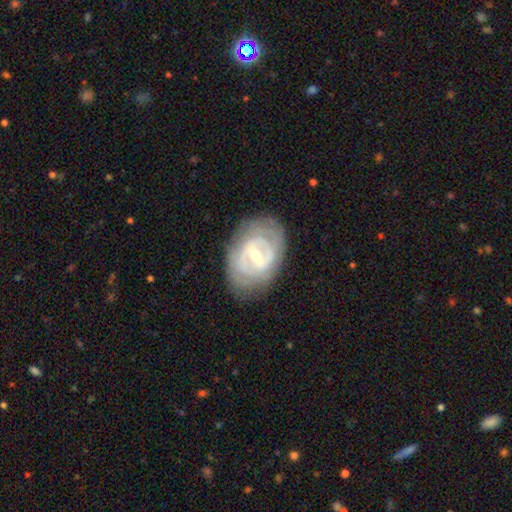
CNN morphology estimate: Overall: featured or disk (81%). Edge-on disk: no (95%). Bar: weak (44%; strong 40%). Spiral arms: yes (71%). Spiral arm count: can't tell (43%; 2 39%). Spiral winding: tight (69%). Bulge size: moderate (59%; small 37%). Merging: none (79%).